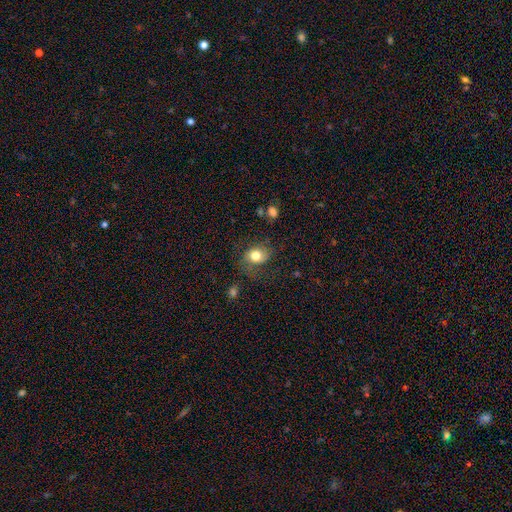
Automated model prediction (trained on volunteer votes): A smooth galaxy with no disk features (74%) that is in between round and cigar-shaped (51%).

Vote fractions:
- Smooth or featured? smooth: 74% / featured or disk: 17% / star or artifact: 9%
- How rounded? in between: 51% / round: 48% / cigar-shaped: 1%
- Merging? none: 55% / minor disturbance: 25% / major disturbance: 17% / merger: 2%